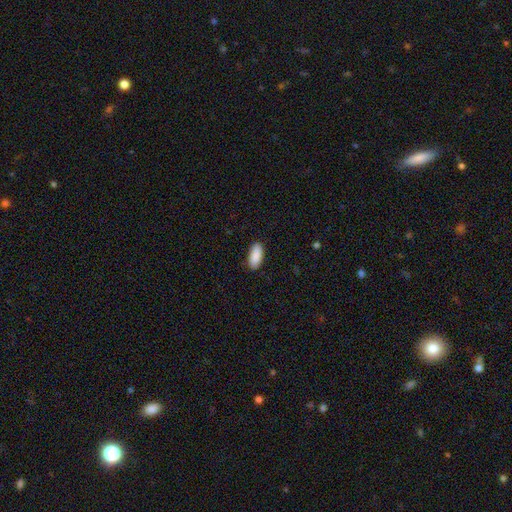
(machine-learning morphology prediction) Q: Smooth or featured?
A: smooth (91%); runner-up: star or artifact (6%)
Q: How rounded?
A: in between (89%); runner-up: cigar-shaped (9%)
Q: Merging?
A: none (88%); runner-up: minor disturbance (9%)